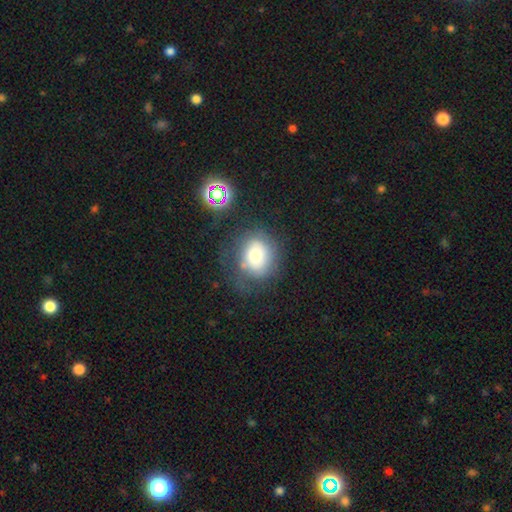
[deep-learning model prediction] Smooth or featured? smooth (61%)
How rounded? round (64%)
Merging? none (59%)